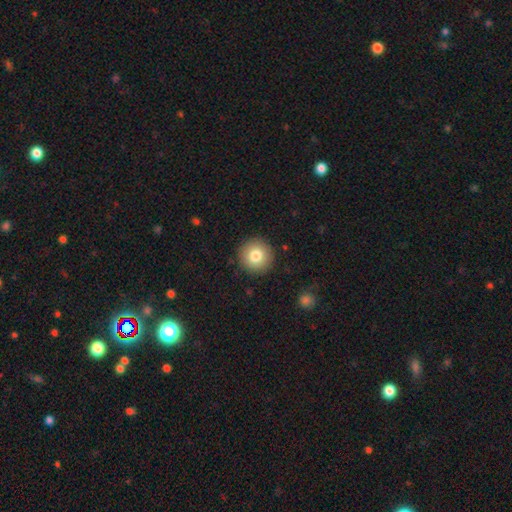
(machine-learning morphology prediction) A smooth galaxy with no disk features (80%) that is round (95%). Merging: none (91%).